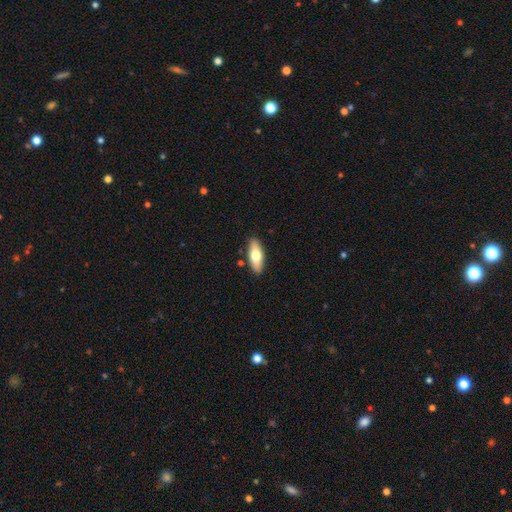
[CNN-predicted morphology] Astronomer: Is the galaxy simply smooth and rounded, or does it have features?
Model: smooth — 67%.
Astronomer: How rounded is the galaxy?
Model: in between — 72%.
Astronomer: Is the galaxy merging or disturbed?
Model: none — 87%.